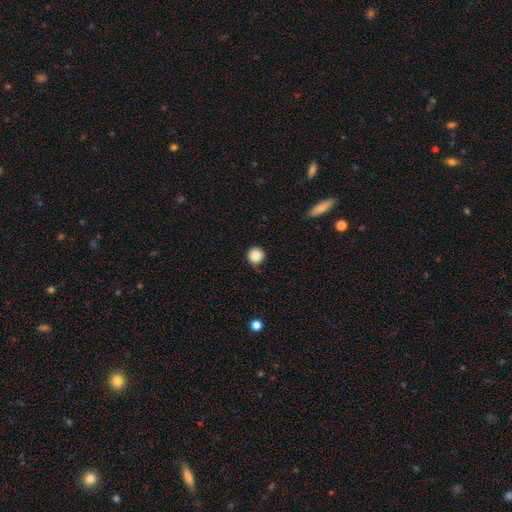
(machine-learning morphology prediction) Smooth or featured?
  - smooth: 86% *
  - star or artifact: 10%
  - featured or disk: 4%
How rounded?
  - round: 95% *
  - in between: 4%
  - cigar-shaped: 1%
Merging?
  - none: 87% *
  - minor disturbance: 10%
  - major disturbance: 2%
  - merger: 1%